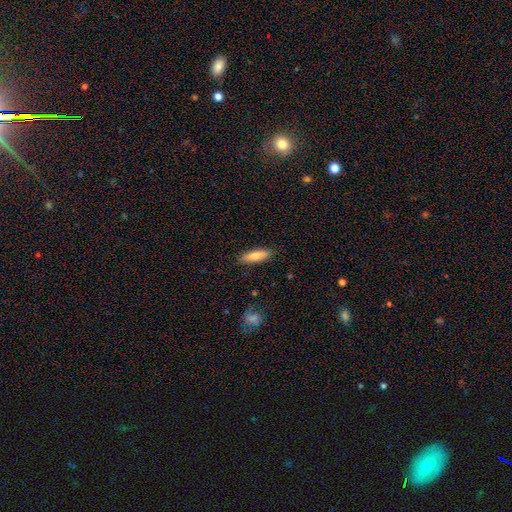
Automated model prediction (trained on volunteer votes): Morphology: type=smooth (76%); roundness=cigar-shaped (60%); merging=none (87%).